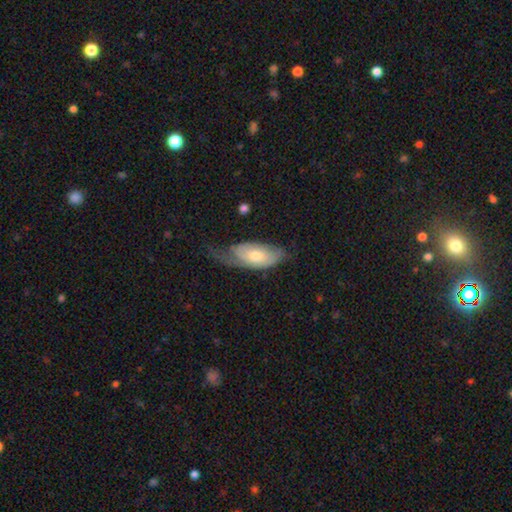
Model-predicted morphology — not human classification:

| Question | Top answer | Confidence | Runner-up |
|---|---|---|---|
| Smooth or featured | featured or disk | 50% | smooth (44%) |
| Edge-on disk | no | 87% | yes (13%) |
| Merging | none | 34% | minor disturbance (32%) |